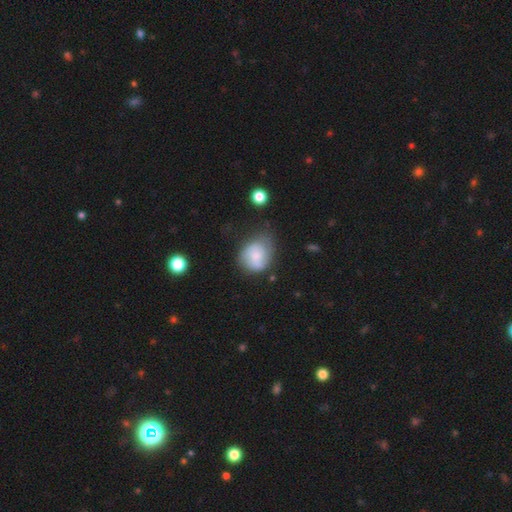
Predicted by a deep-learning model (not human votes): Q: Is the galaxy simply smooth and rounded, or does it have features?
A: smooth — 62%.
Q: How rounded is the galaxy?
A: round — 59%.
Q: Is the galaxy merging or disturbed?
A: none — 44%.